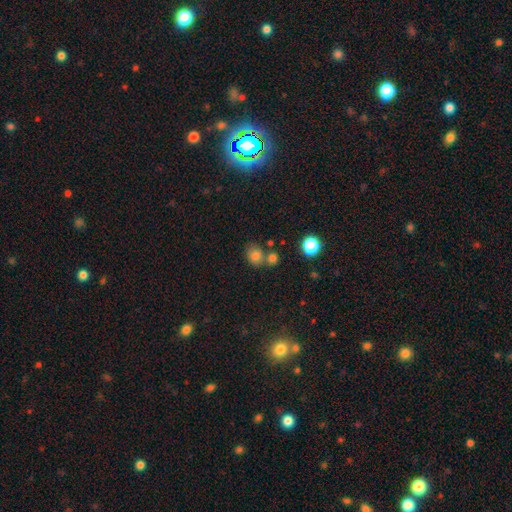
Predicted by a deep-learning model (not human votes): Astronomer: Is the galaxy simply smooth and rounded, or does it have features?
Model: smooth — 78%.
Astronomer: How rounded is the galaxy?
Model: round — 69%.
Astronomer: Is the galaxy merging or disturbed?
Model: none — 54% (runner-up: merger, 29%).